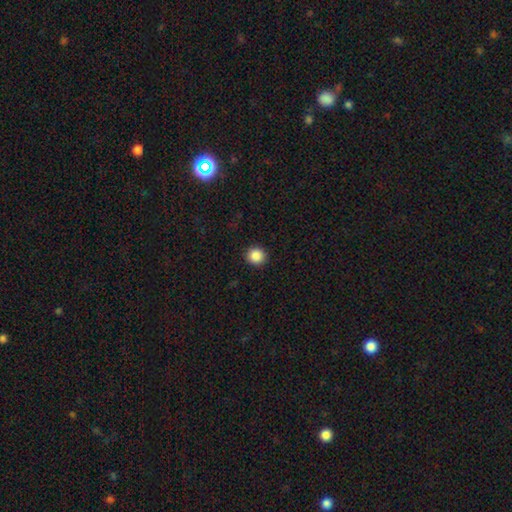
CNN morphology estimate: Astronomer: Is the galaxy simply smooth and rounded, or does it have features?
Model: smooth — 87%.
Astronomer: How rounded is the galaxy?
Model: round — 91%.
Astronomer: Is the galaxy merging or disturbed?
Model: none — 92%.